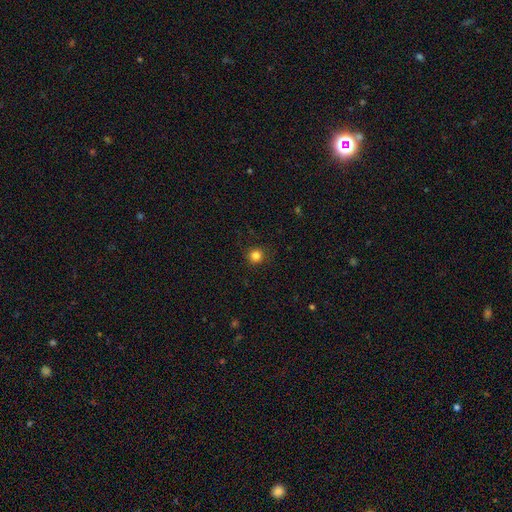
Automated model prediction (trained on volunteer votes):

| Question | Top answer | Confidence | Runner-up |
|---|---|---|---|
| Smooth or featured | smooth | 83% | star or artifact (13%) |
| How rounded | round | 93% | in between (7%) |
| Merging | none | 88% | minor disturbance (8%) |